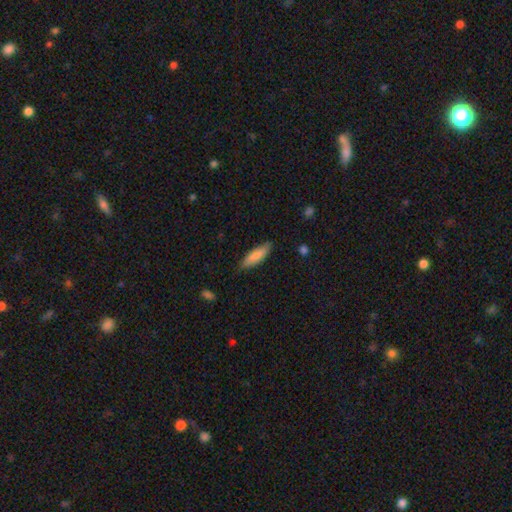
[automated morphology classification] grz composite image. It shows a smooth galaxy with no disk features (83%) that is cigar-shaped (59%). Merging: none (83%).